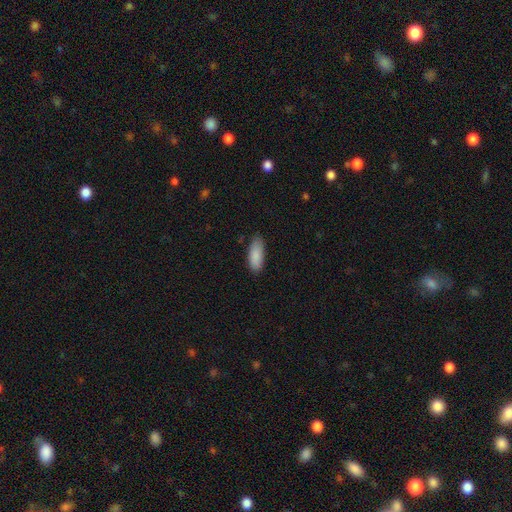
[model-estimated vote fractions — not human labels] This is clearly a smooth galaxy (88%). How rounded: clearly in between (80%). Merging: clearly none (81%).